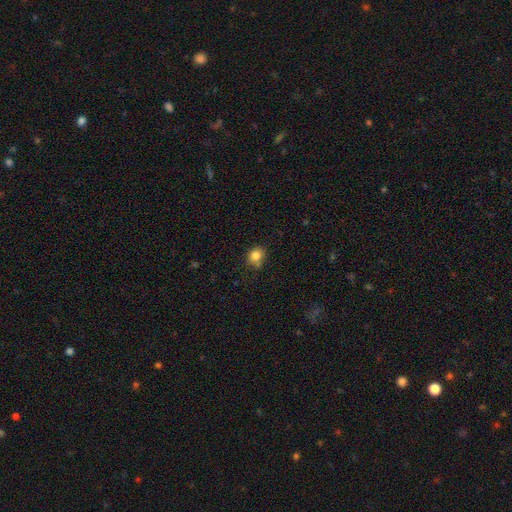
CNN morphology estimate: Smooth or featured? smooth (82%)
How rounded? round (76%)
Merging? none (70%)